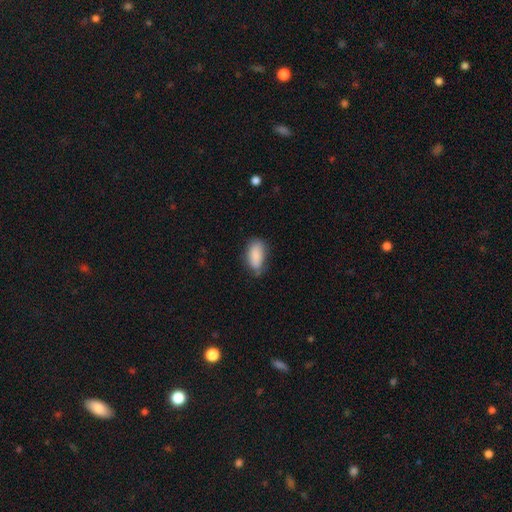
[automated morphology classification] A smooth galaxy with no disk features (86%) that is in between round and cigar-shaped (89%).

Vote fractions:
- Smooth or featured? smooth: 86% / featured or disk: 7% / star or artifact: 7%
- How rounded? in between: 89% / cigar-shaped: 8% / round: 3%
- Merging? none: 64% / minor disturbance: 28% / major disturbance: 6% / merger: 2%